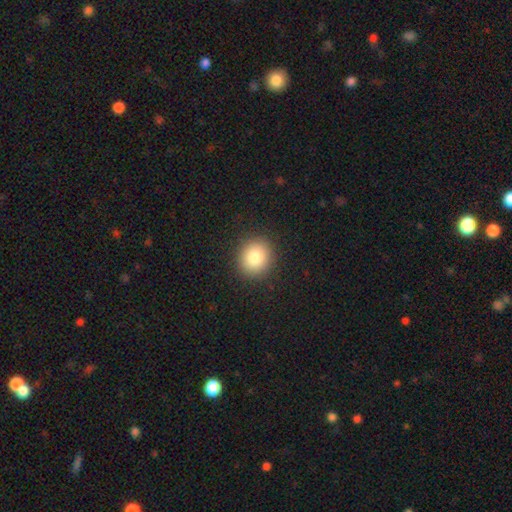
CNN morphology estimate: smooth_or_featured: smooth (p=0.83) [alt: star or artifact p=0.10]
how_rounded: round (p=0.83) [alt: in between p=0.16]
merging: none (p=0.92) [alt: minor disturbance p=0.05]